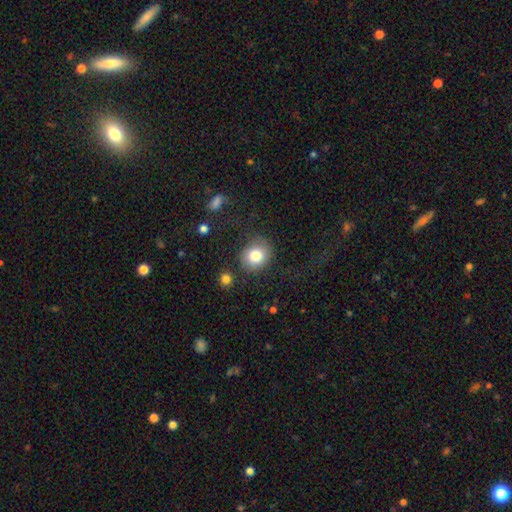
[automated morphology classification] Q: Smooth or featured?
A: smooth (81%); runner-up: featured or disk (10%)
Q: How rounded?
A: round (75%); runner-up: in between (24%)
Q: Merging?
A: none (73%); runner-up: minor disturbance (16%)